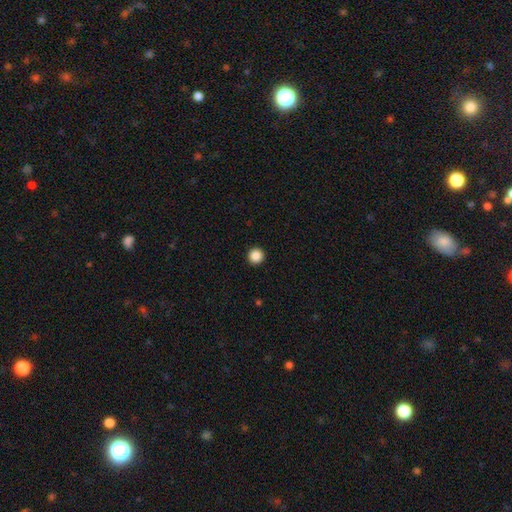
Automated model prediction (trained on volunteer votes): This appears to be a smooth galaxy with no disk features (87%) that is round (96%). Merging: none (94%).